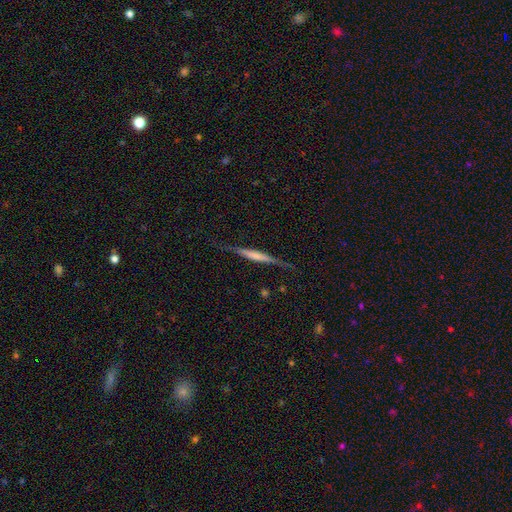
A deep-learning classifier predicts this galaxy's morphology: This appears to be a featured or disk galaxy (63%) viewed edge-on (96%) with no central bulge (38%). Merging: none (79%).